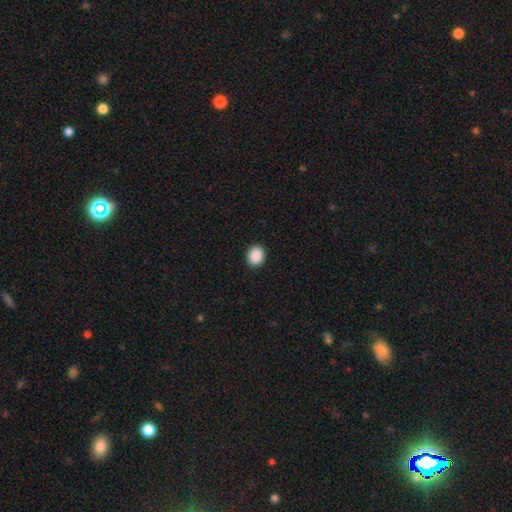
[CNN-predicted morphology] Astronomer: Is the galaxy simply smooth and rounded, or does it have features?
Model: smooth — 90%.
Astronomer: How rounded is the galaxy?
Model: round — 58% (runner-up: in between, 41%).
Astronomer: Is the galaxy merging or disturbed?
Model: none — 92%.